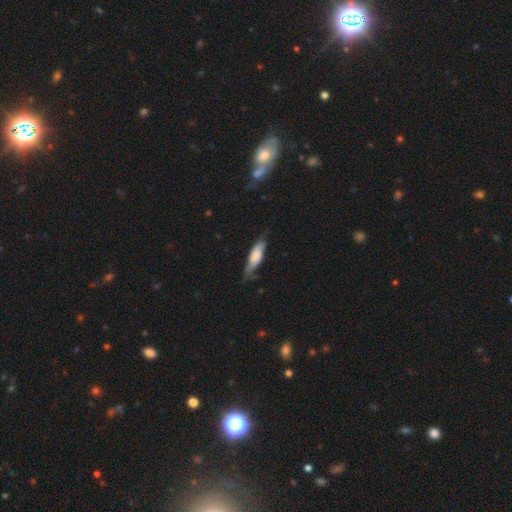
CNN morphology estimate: smooth_or_featured: smooth (p=0.66) [alt: featured or disk p=0.27]
how_rounded: in between (p=0.50) [alt: cigar-shaped p=0.48]
merging: none (p=0.60) [alt: minor disturbance p=0.30]